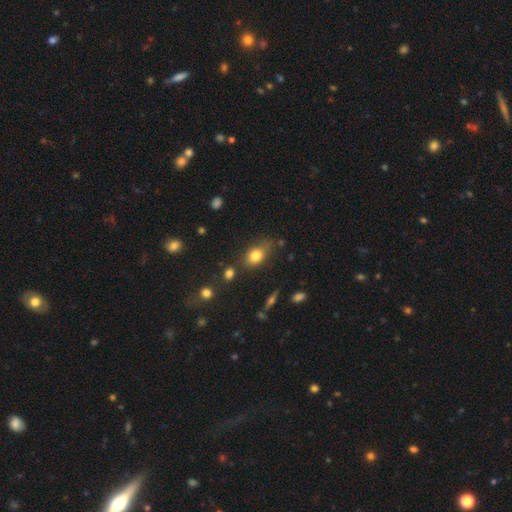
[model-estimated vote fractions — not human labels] The model was most divided on "merging": none: 58%, minor disturbance: 27%, major disturbance: 8%, merger: 6%. More confident: smooth or featured — smooth (79%); how rounded — in between (73%).